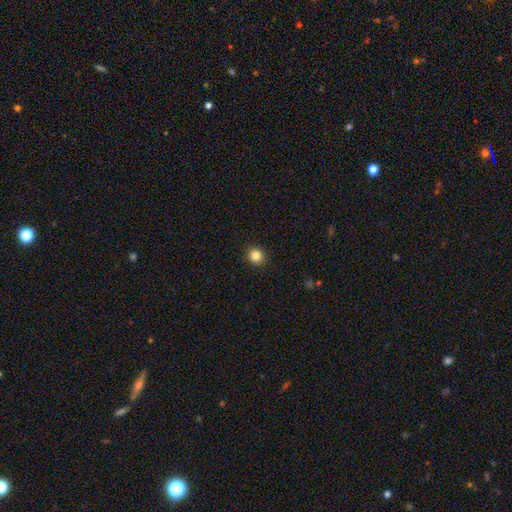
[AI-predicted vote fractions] This appears to be a smooth galaxy with no disk features (84%) that is round (89%). Merging: none (92%).